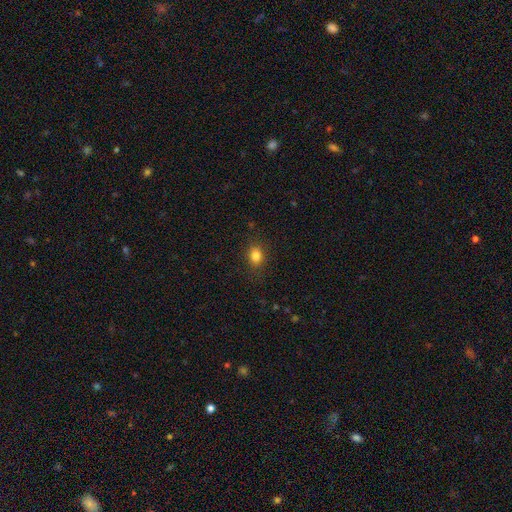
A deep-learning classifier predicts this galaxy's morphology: Overall: smooth (83%). How rounded: in between (54%; round 45%). Merging: none (85%).